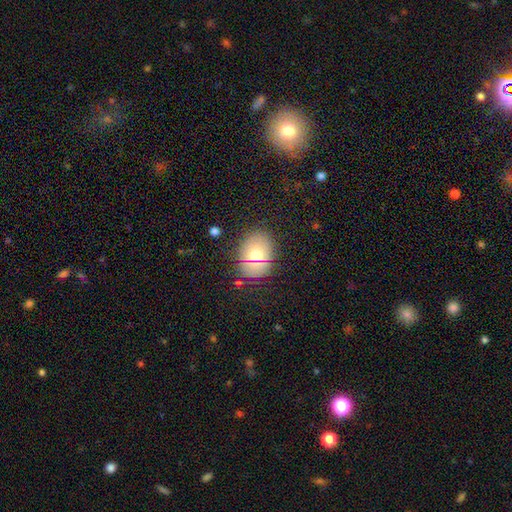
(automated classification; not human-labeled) smooth_or_featured: smooth (p=0.71) [alt: star or artifact p=0.15]
how_rounded: in between (p=0.56) [alt: round p=0.42]
merging: none (p=0.84) [alt: minor disturbance p=0.11]